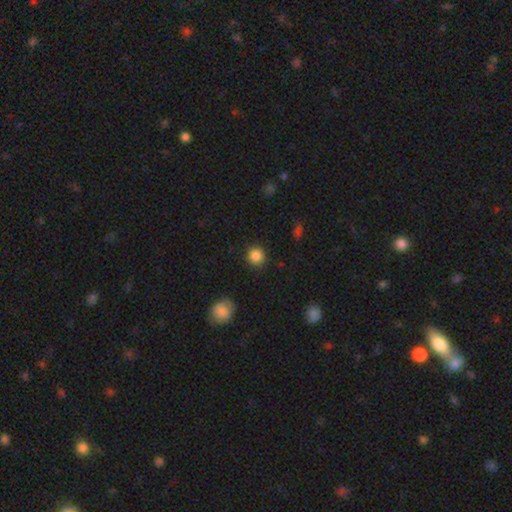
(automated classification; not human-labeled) smooth-or-featured: smooth: 86% | star or artifact: 10% | featured or disk: 3%
  how-rounded: round: 89% | in between: 10% | cigar-shaped: 1%
  merging: none: 88% | minor disturbance: 8% | major disturbance: 2% | merger: 1%